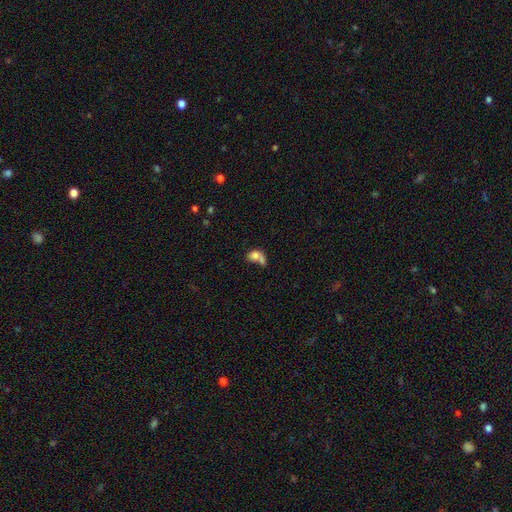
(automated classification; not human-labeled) smooth-or-featured: smooth: 71% | featured or disk: 19% | star or artifact: 10%
  how-rounded: in between: 62% | round: 36% | cigar-shaped: 2%
  merging: merger: 60% | none: 20% | major disturbance: 10% | minor disturbance: 9%